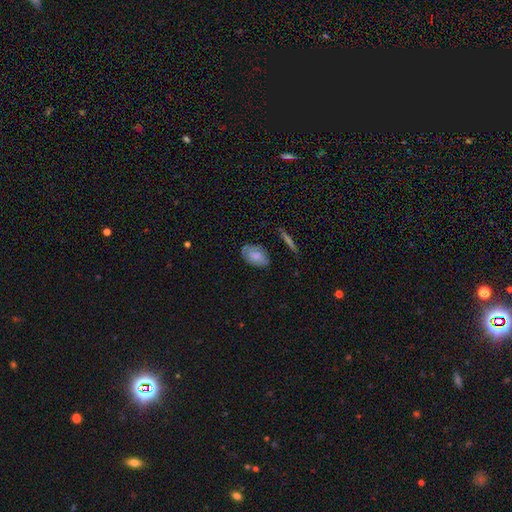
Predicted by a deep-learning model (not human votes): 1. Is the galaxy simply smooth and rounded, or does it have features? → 55% smooth, 37% featured or disk, 7% star or artifact.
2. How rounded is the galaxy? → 87% in between, 11% round, 3% cigar-shaped.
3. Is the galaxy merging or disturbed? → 71% none, 22% minor disturbance, 5% major disturbance, 2% merger.